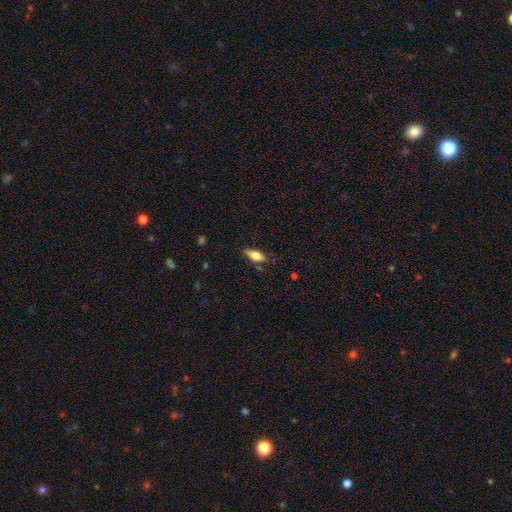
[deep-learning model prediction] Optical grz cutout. It shows a smooth galaxy with no disk features (67%) that is in between round and cigar-shaped (73%). Merging: none (78%).